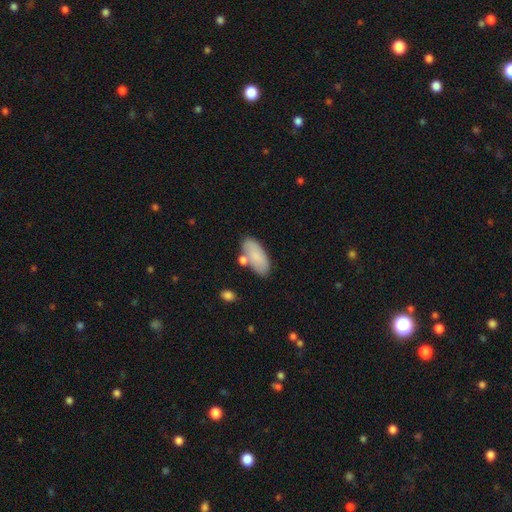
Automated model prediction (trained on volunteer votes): Smooth or featured: smooth — 83% (featured or disk — 11%)
How rounded: in between — 89% (cigar-shaped — 9%)
Merging: none — 69% (minor disturbance — 15%)